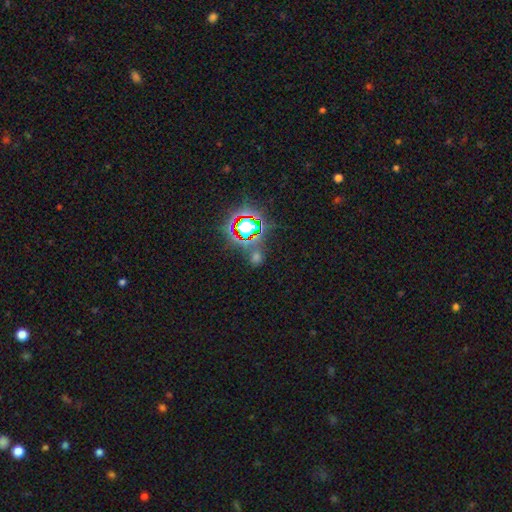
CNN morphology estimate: Smooth or featured? star or artifact (57%)